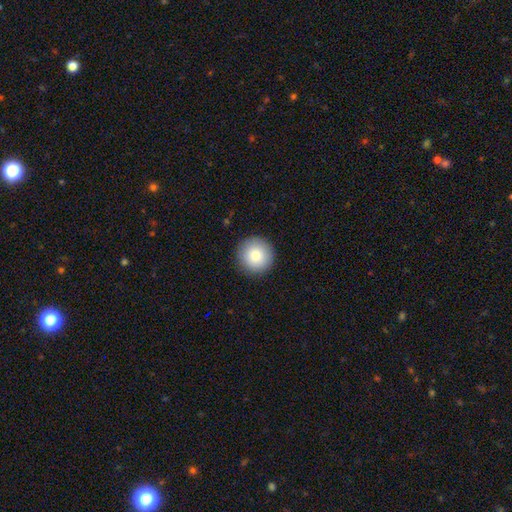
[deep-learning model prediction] This is clearly a smooth galaxy (85%). How rounded: clearly round (96%). Merging: clearly none (91%).